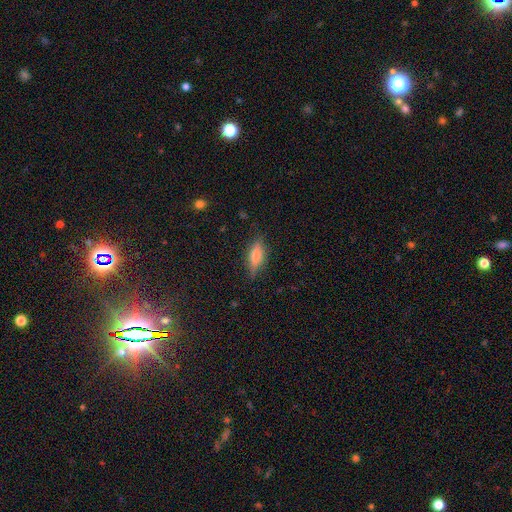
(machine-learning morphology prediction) smooth_or_featured: smooth (p=0.50) [alt: featured or disk p=0.40]
how_rounded: in between (p=0.54) [alt: cigar-shaped p=0.43]
merging: none (p=0.82) [alt: minor disturbance p=0.14]